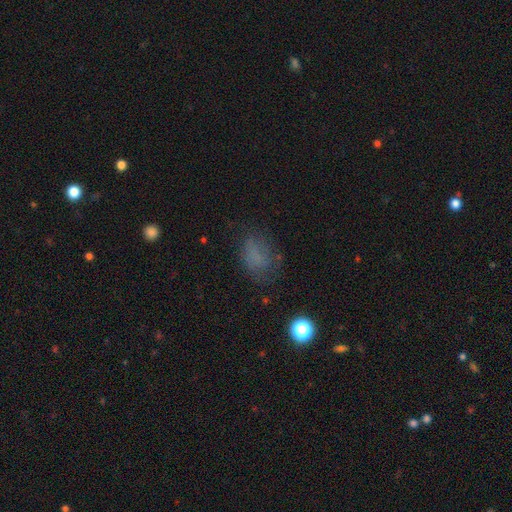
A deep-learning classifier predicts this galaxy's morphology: Overall: smooth (62%). How rounded: in between (69%). Merging: none (57%; minor disturbance 23%).